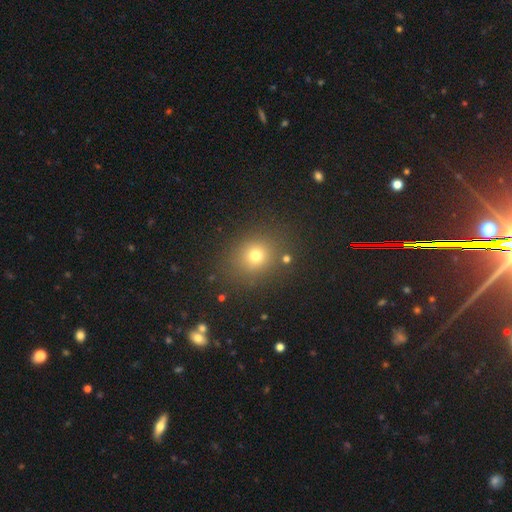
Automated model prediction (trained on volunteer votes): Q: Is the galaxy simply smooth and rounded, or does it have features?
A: smooth — 72%.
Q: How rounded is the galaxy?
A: round — 74%.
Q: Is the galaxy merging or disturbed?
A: none — 83%.